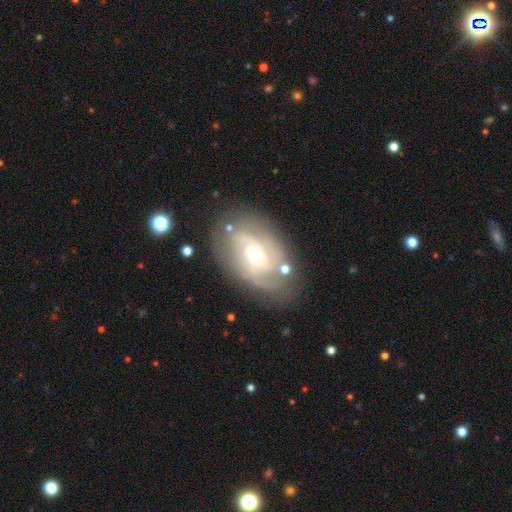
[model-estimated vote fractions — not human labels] smooth_or_featured: featured or disk (p=0.79) [alt: smooth p=0.15]
disk_edge_on: no (p=0.95) [alt: yes p=0.05]
bar: no (p=0.62) [alt: weak p=0.30]
has_spiral_arms: yes (p=0.88) [alt: no p=0.12]
spiral_winding: tight (p=0.51) [alt: medium p=0.36]
spiral_arm_count: 2 (p=0.39) [alt: can't tell p=0.30]
bulge_size: small (p=0.62) [alt: moderate p=0.34]
merging: none (p=0.71) [alt: minor disturbance p=0.17]